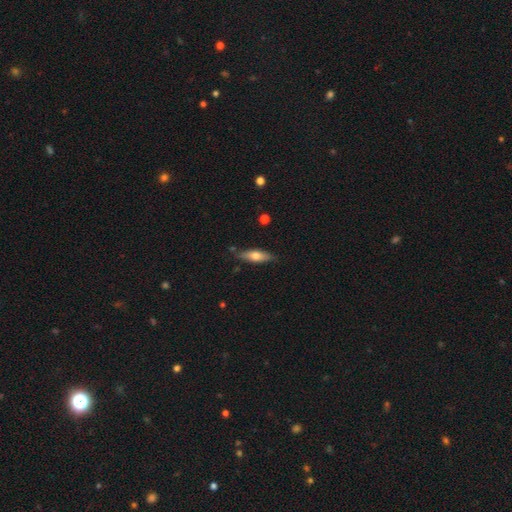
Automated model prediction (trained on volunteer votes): Smooth or featured? Predicted: smooth (p=0.62). How rounded? Predicted: in between (p=0.51). Merging? Predicted: none (p=0.80).